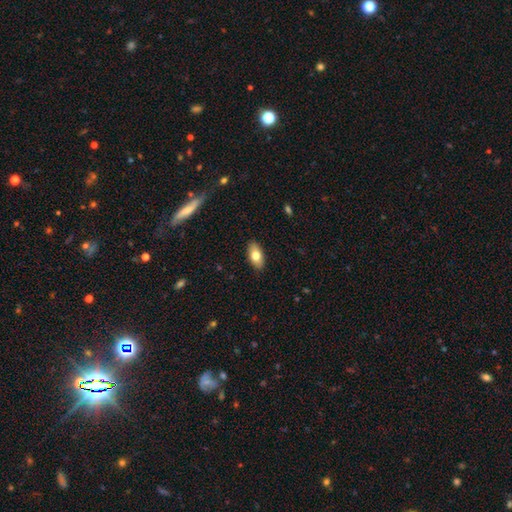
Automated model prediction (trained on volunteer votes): smooth_or_featured: smooth (p=0.76) [alt: featured or disk p=0.17]
how_rounded: in between (p=0.91) [alt: cigar-shaped p=0.06]
merging: none (p=0.88) [alt: minor disturbance p=0.09]